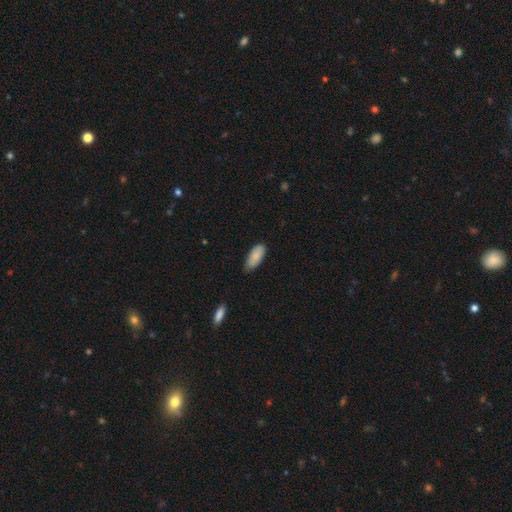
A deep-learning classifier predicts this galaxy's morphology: Smooth or featured? Predicted: smooth (p=0.87). How rounded? Predicted: in between (p=0.82). Merging? Predicted: none (p=0.72).